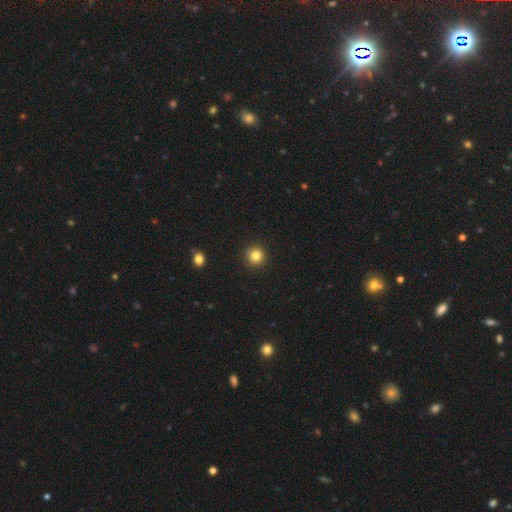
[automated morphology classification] This is clearly a smooth galaxy (83%). How rounded: clearly round (94%). Merging: clearly none (92%).